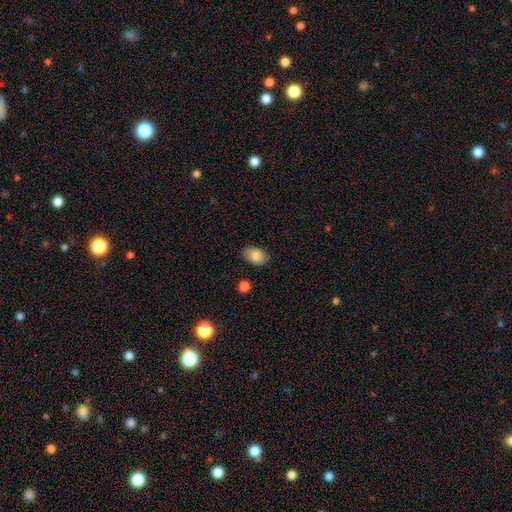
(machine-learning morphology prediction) Smooth or featured?
  - smooth: 86% *
  - star or artifact: 8%
  - featured or disk: 6%
How rounded?
  - in between: 89% *
  - round: 10%
  - cigar-shaped: 1%
Merging?
  - none: 85% *
  - minor disturbance: 11%
  - major disturbance: 2%
  - merger: 1%